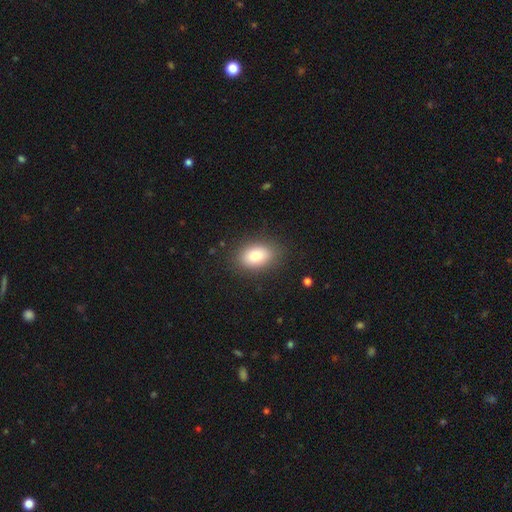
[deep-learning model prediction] Smooth or featured? Predicted: smooth (p=0.83). How rounded? Predicted: in between (p=0.82). Merging? Predicted: none (p=0.86).